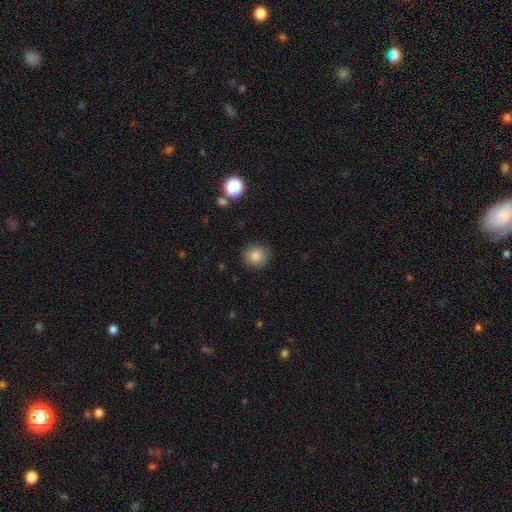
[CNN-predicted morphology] Smooth or featured? smooth (85%)
How rounded? round (87%)
Merging? none (87%)